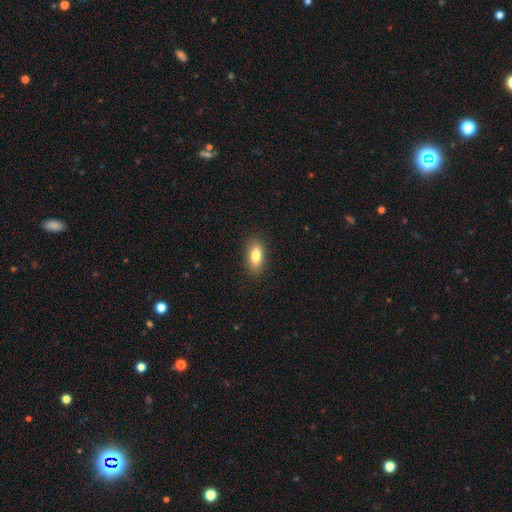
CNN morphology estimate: smooth 81%, featured or disk 11%, star or artifact 8%. Down the decision tree: how rounded — in between (84%); merging — none (88%).